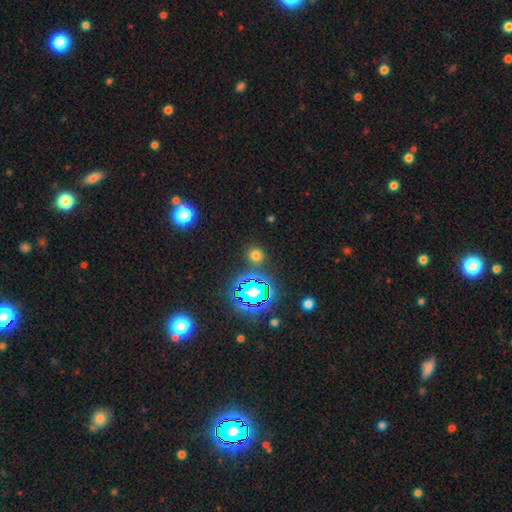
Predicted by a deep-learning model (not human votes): This appears to be a smooth galaxy with no disk features (62%) that is round (88%). Merging: none (85%).